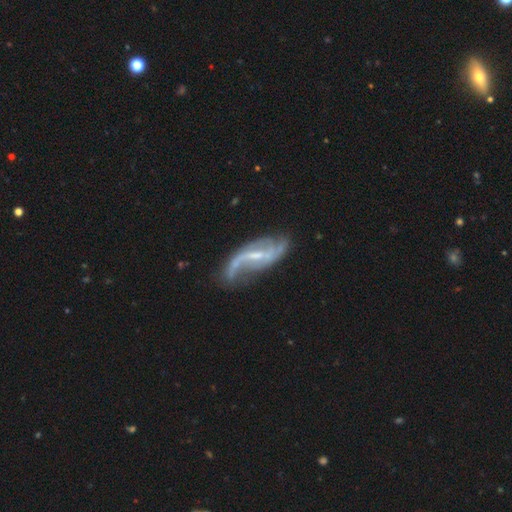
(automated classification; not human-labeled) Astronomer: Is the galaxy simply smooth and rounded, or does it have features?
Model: featured or disk — 86%.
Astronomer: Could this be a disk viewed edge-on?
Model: no — 92%.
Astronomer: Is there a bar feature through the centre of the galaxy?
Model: weak — 47% (runner-up: strong, 34%).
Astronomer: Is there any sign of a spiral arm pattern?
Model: yes — 93%.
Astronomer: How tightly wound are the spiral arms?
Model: loose — 72%.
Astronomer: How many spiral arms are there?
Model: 2 — 78%.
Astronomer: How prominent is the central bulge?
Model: small — 61%.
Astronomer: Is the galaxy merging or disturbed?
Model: none — 59%.